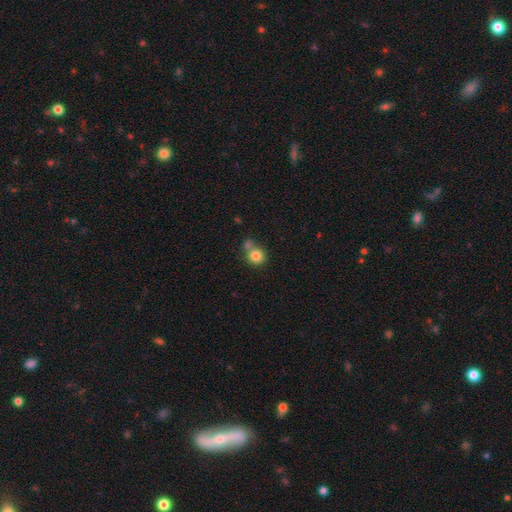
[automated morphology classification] This appears to be a smooth galaxy with no disk features (83%) that is round (88%). Merging: none (55%).